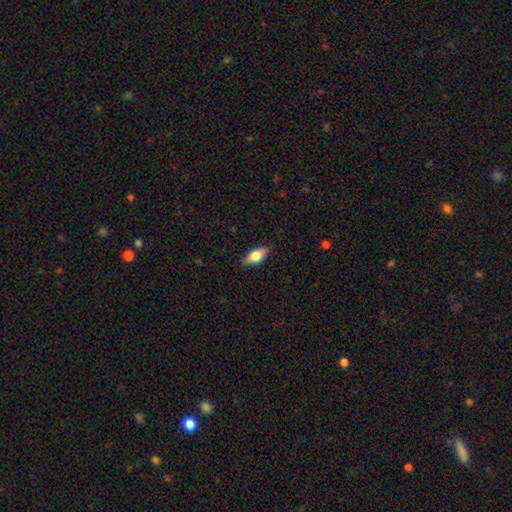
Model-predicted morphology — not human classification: smooth_or_featured: smooth (p=0.64) [alt: featured or disk p=0.29]
how_rounded: in between (p=0.81) [alt: cigar-shaped p=0.15]
merging: none (p=0.84) [alt: minor disturbance p=0.13]